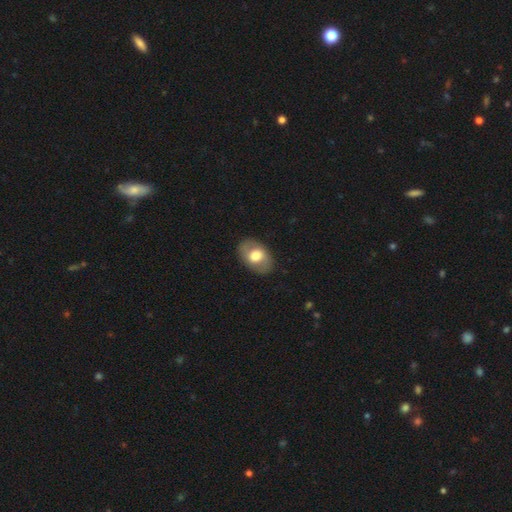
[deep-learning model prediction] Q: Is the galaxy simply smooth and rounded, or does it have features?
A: smooth — 59%.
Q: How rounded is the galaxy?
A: in between — 82%.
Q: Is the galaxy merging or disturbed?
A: none — 84%.